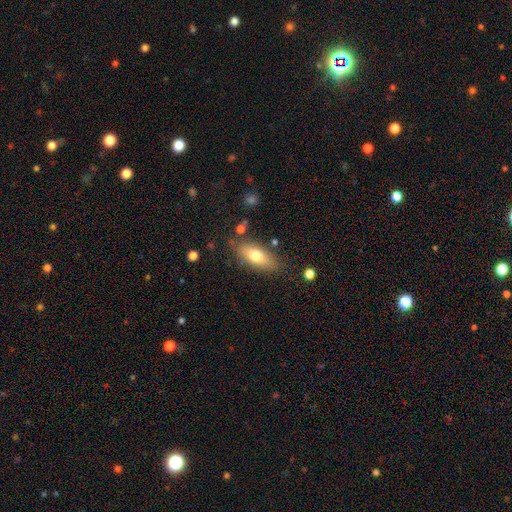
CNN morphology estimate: A smooth galaxy with no disk features (70%) that is in between round and cigar-shaped (77%).

Vote fractions:
- Smooth or featured? smooth: 70% / featured or disk: 23% / star or artifact: 7%
- How rounded? in between: 77% / cigar-shaped: 20% / round: 3%
- Merging? none: 80% / minor disturbance: 14% / major disturbance: 3% / merger: 3%